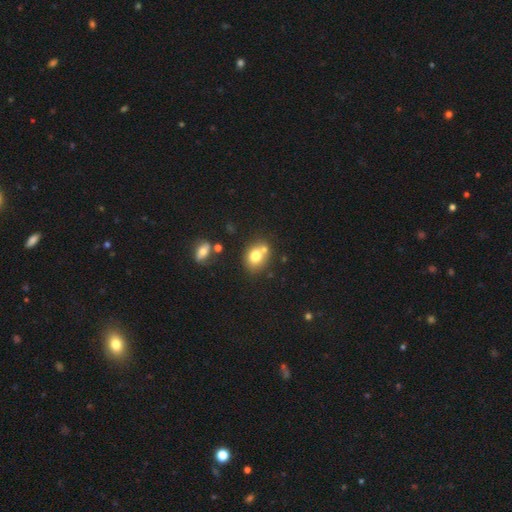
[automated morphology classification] A smooth galaxy with no disk features (74%) that is round (54%).

Vote fractions:
- Smooth or featured? smooth: 74% / featured or disk: 15% / star or artifact: 11%
- How rounded? round: 54% / in between: 45% / cigar-shaped: 1%
- Merging? none: 53% / merger: 31% / minor disturbance: 12% / major disturbance: 4%